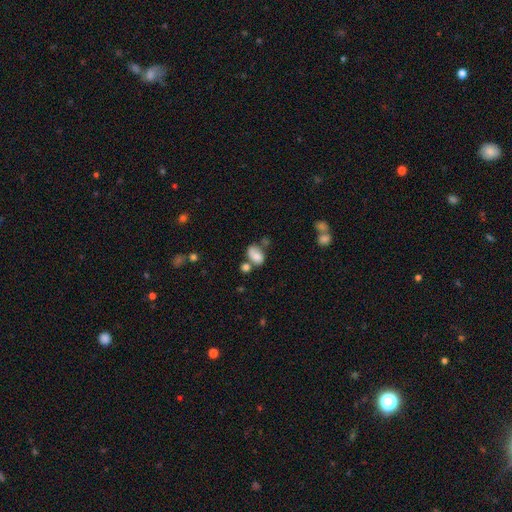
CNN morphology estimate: Smooth or featured?
  - smooth: 74% *
  - featured or disk: 16%
  - star or artifact: 10%
How rounded?
  - in between: 83% *
  - round: 16%
  - cigar-shaped: 1%
Merging?
  - merger: 35% *
  - none: 34%
  - minor disturbance: 20%
  - major disturbance: 11%